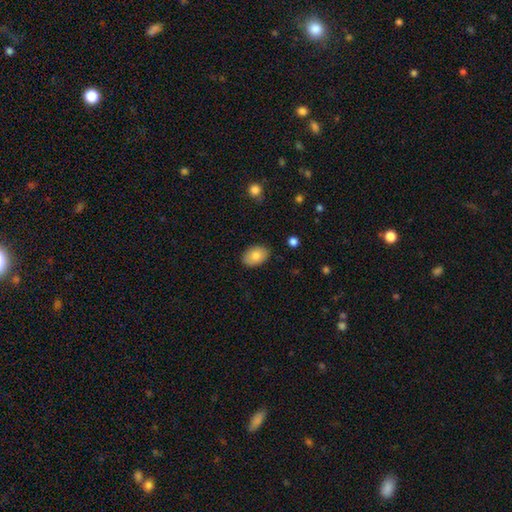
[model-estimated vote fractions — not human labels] Smooth or featured: smooth — 82% (featured or disk — 12%)
How rounded: in between — 86% (round — 13%)
Merging: none — 86% (minor disturbance — 11%)